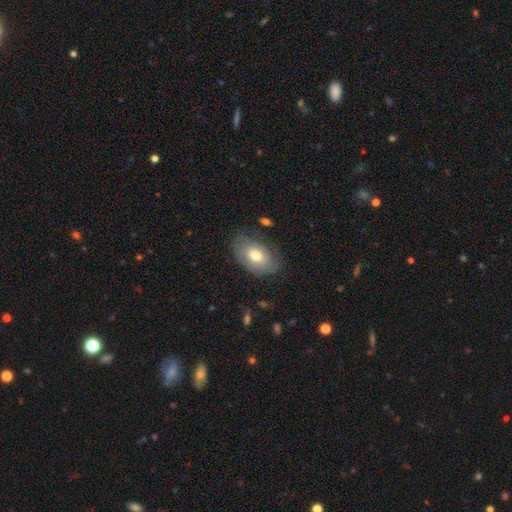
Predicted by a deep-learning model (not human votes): This is likely a smooth galaxy (69%). How rounded: clearly in between (89%). Merging: likely none (75%).